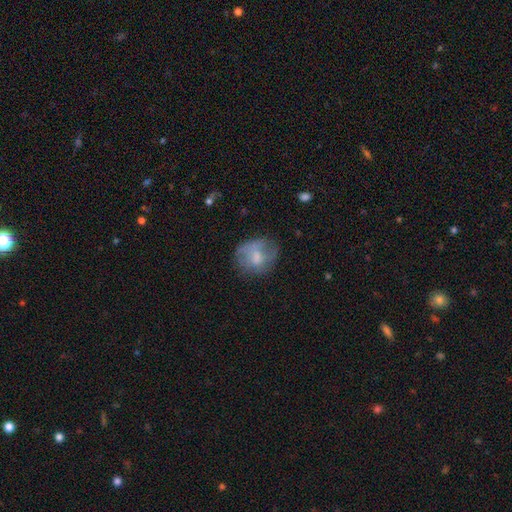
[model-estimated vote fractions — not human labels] Overall: smooth (55%; featured or disk 36%). How rounded: round (64%; in between 35%). Merging: none (53%; minor disturbance 25%).